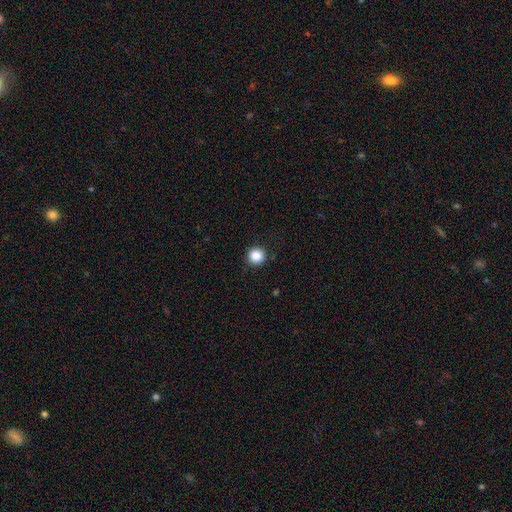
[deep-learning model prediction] Smooth or featured?
  - smooth: 86% *
  - star or artifact: 10%
  - featured or disk: 4%
How rounded?
  - round: 94% *
  - in between: 5%
  - cigar-shaped: 1%
Merging?
  - none: 90% *
  - minor disturbance: 7%
  - major disturbance: 2%
  - merger: 1%